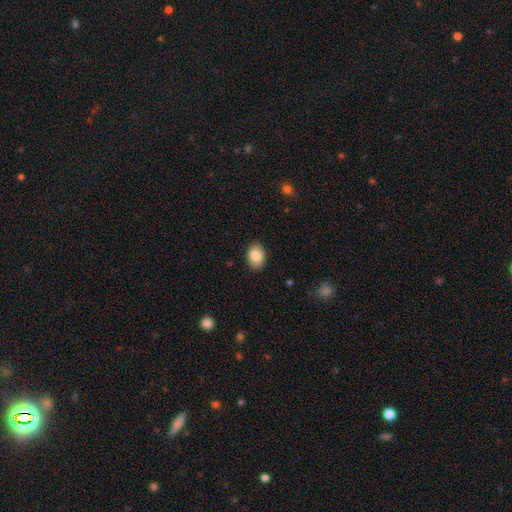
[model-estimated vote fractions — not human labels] This is clearly a smooth galaxy (87%). How rounded: clearly in between (82%). Merging: clearly none (88%).